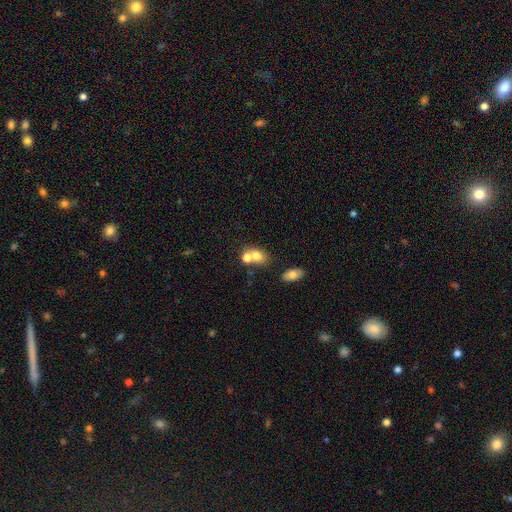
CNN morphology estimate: The model was most divided on "how rounded": in between: 55%, round: 43%, cigar-shaped: 2%. More confident: smooth or featured — smooth (73%); merging — merger (50%).